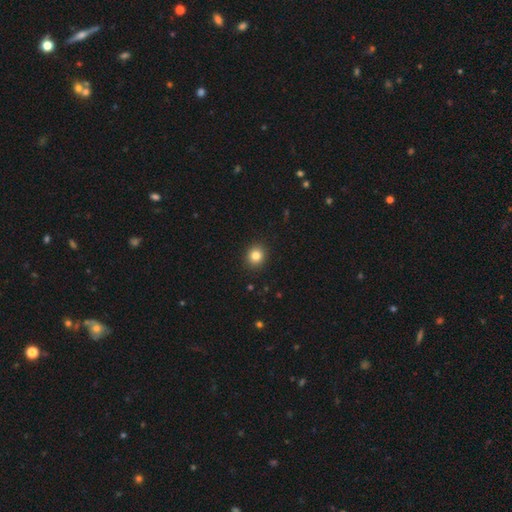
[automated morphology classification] This appears to be a smooth galaxy with no disk features (83%) that is round (84%). Merging: none (92%).